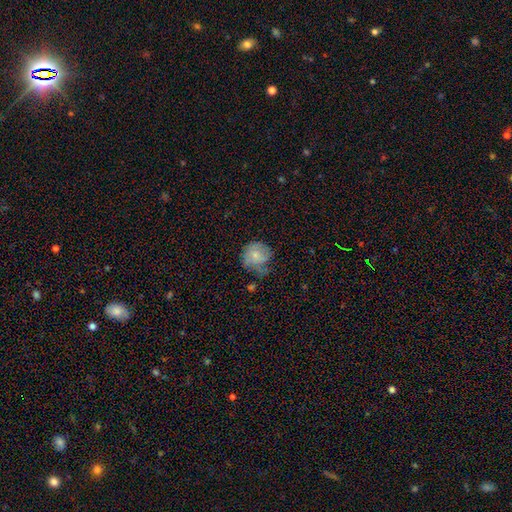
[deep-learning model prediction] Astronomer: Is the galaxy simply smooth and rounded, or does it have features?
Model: smooth — 66%.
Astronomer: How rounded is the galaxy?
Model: round — 79%.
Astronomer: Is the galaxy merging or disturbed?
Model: none — 41% (runner-up: minor disturbance, 34%).